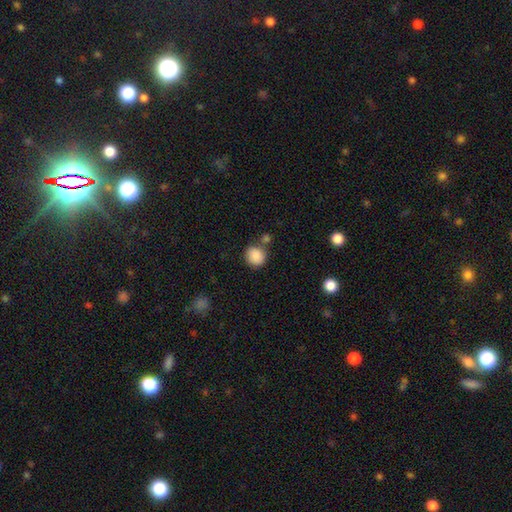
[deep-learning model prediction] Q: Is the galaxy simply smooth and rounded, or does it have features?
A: smooth — 88%.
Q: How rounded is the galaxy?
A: round — 83%.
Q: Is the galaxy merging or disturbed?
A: none — 70%.